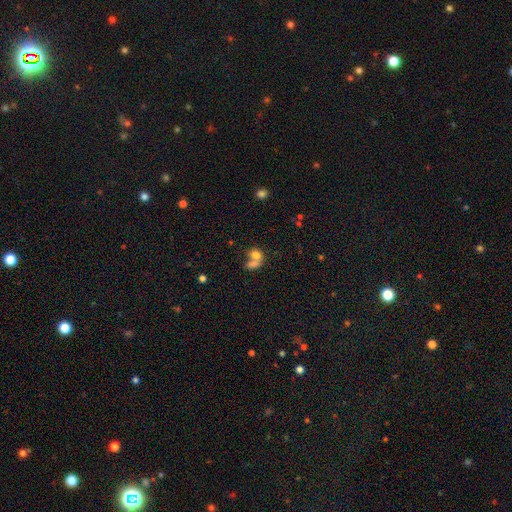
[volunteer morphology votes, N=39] Smooth or featured? smooth (85%)
How rounded? in between (67%)
Merging? merger (57%)